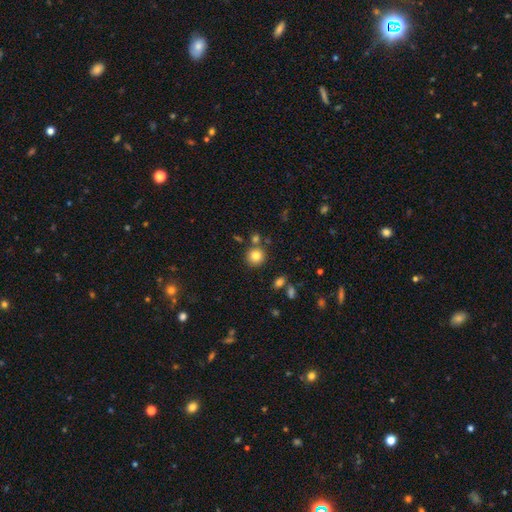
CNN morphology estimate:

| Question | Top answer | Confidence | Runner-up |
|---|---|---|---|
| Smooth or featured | smooth | 82% | star or artifact (11%) |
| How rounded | round | 90% | in between (9%) |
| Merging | none | 78% | merger (11%) |